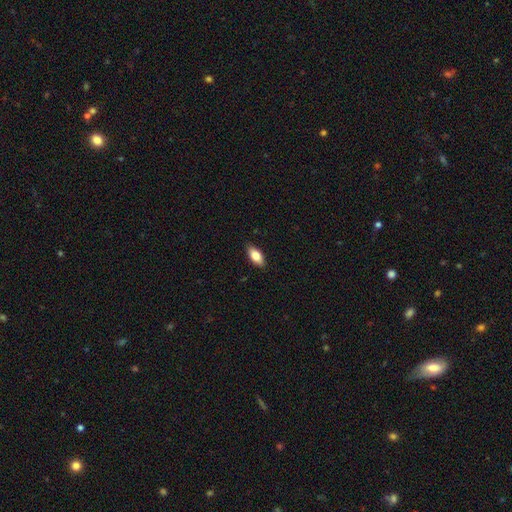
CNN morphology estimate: type=smooth (80%); roundness=in between (88%); merging=none (88%).